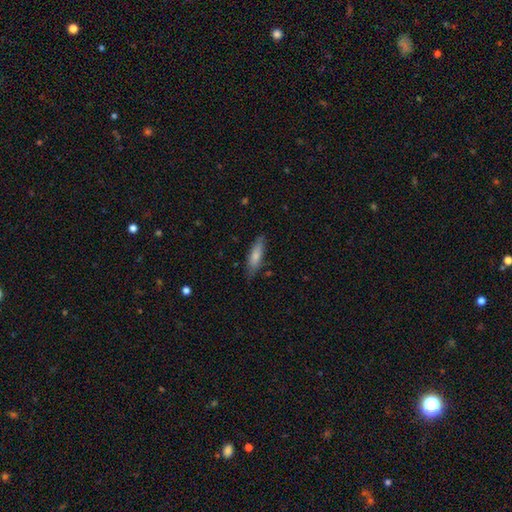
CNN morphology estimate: This appears to be a smooth galaxy with no disk features (77%) that is cigar-shaped (58%). Merging: none (76%).